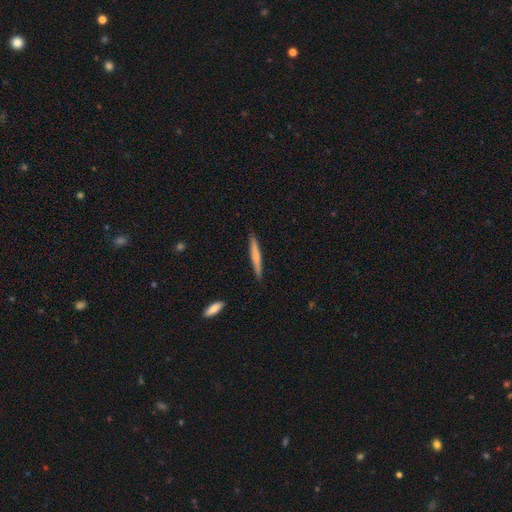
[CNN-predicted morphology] Q: Smooth or featured?
A: smooth (63%); runner-up: featured or disk (32%)
Q: How rounded?
A: cigar-shaped (96%); runner-up: in between (3%)
Q: Merging?
A: none (90%); runner-up: minor disturbance (7%)